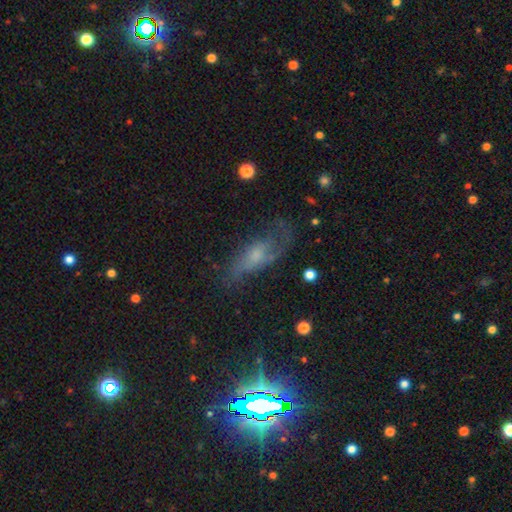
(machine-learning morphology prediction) Smooth or featured: featured or disk — 51% (smooth — 36%)
Edge-on disk: no — 80% (yes — 20%)
Merging: none — 47% (major disturbance — 25%)